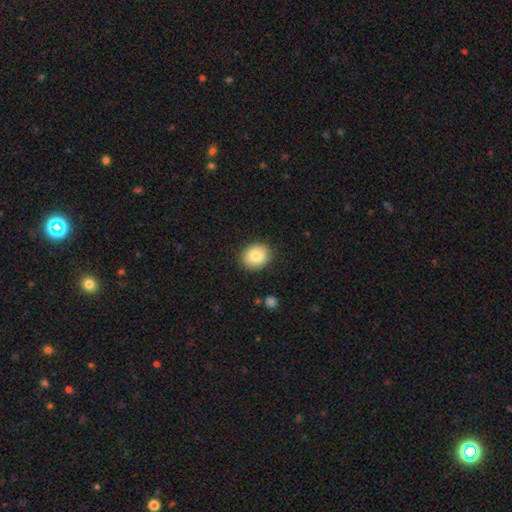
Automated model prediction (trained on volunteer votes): Smooth or featured? smooth (84%)
How rounded? round (67%)
Merging? none (89%)